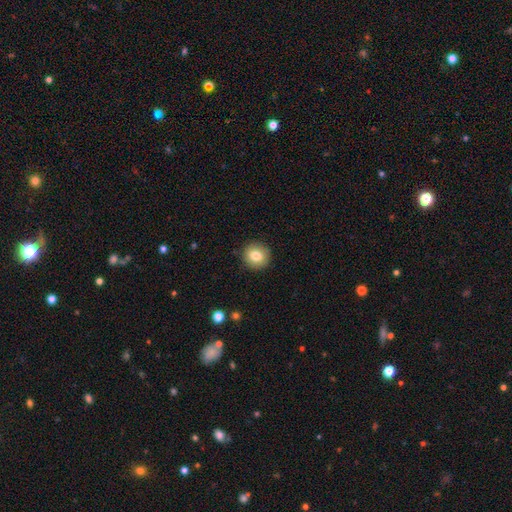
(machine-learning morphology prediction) The model was most divided on "smooth or featured": smooth: 81%, featured or disk: 10%, star or artifact: 9%. More confident: how rounded — round (92%); merging — none (91%).